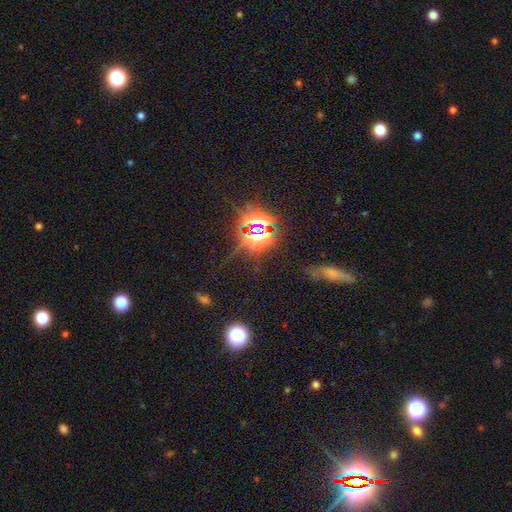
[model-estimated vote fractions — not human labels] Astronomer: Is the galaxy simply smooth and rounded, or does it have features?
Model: star or artifact — 72%.